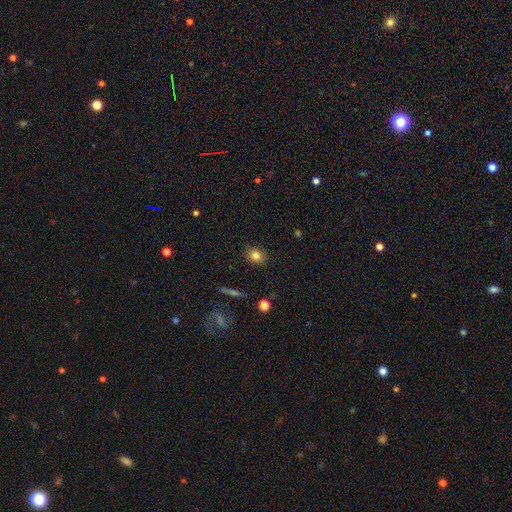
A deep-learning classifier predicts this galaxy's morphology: This is clearly a smooth galaxy (81%). How rounded: likely round (67%). Merging: clearly none (88%).